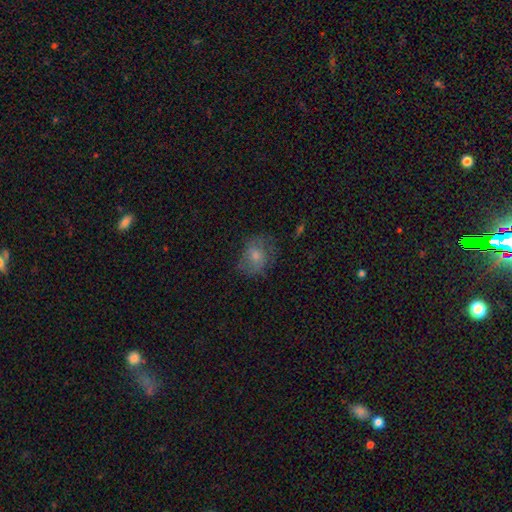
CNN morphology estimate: Smooth or featured: smooth — 53% (featured or disk — 32%)
How rounded: round — 56% (in between — 43%)
Merging: none — 68% (minor disturbance — 21%)